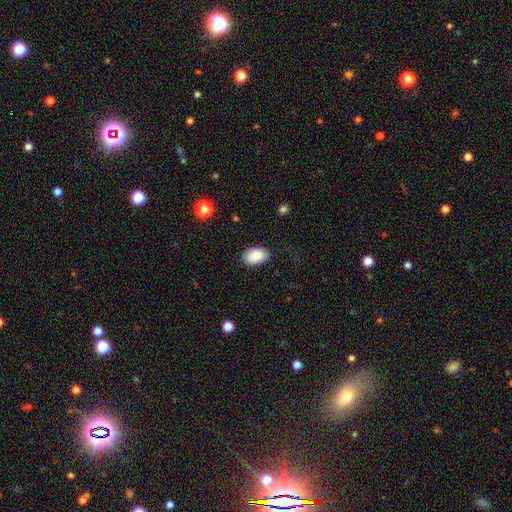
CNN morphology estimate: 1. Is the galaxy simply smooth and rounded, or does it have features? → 87% smooth, 7% star or artifact, 6% featured or disk.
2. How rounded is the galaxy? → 90% in between, 9% round, 1% cigar-shaped.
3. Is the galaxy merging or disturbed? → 83% none, 13% minor disturbance, 3% major disturbance, 1% merger.